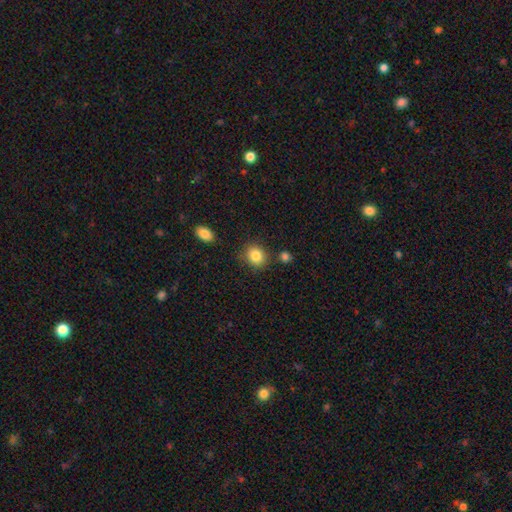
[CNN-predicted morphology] smooth_or_featured: smooth (p=0.85) [alt: star or artifact p=0.09]
how_rounded: round (p=0.72) [alt: in between p=0.27]
merging: none (p=0.81) [alt: minor disturbance p=0.11]